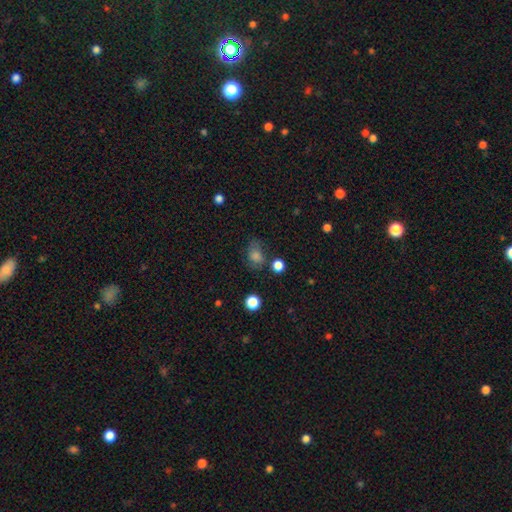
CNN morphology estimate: A smooth galaxy with no disk features (62%) that is in between round and cigar-shaped (55%). Merging: none (59%).